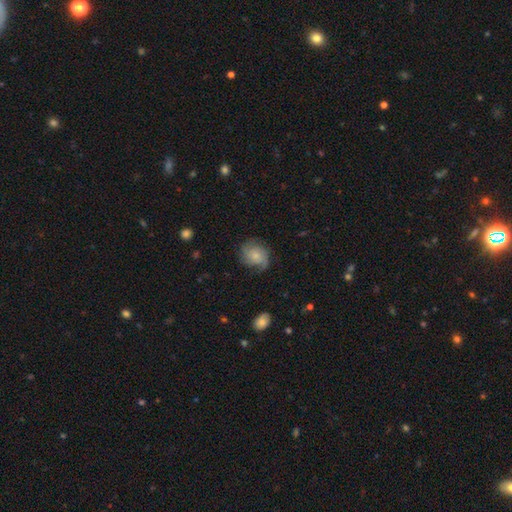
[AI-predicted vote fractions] featured or disk 50%, smooth 42%, star or artifact 8%. Down the decision tree: merging — none (64%).